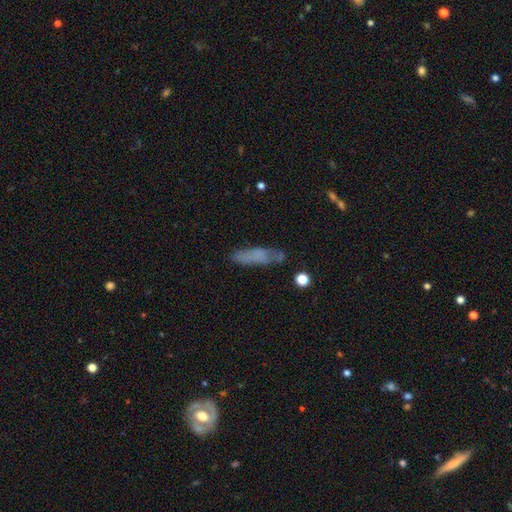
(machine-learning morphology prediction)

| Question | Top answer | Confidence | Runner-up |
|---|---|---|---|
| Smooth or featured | smooth | 64% | featured or disk (26%) |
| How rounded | cigar-shaped | 71% | in between (27%) |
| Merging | none | 65% | minor disturbance (22%) |